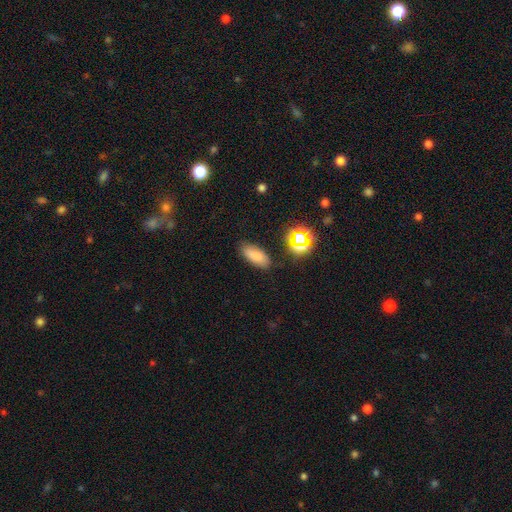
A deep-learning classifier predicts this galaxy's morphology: smooth_or_featured: smooth (p=0.75) [alt: star or artifact p=0.16]
how_rounded: in between (p=0.83) [alt: cigar-shaped p=0.13]
merging: none (p=0.83) [alt: minor disturbance p=0.12]